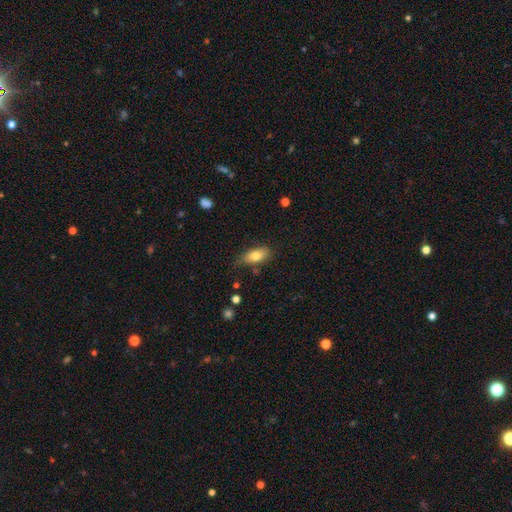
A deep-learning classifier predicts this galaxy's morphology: This appears to be a smooth galaxy with no disk features (77%) that is in between round and cigar-shaped (86%). Merging: none (69%).